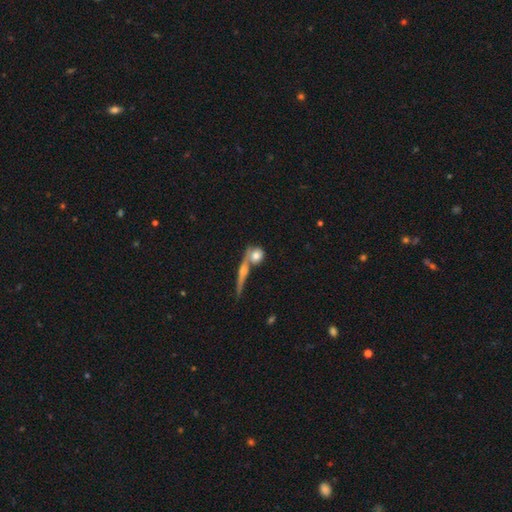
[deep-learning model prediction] smooth 69%, featured or disk 23%, star or artifact 8%. Down the decision tree: how rounded — round (73%); merging — none (46%).